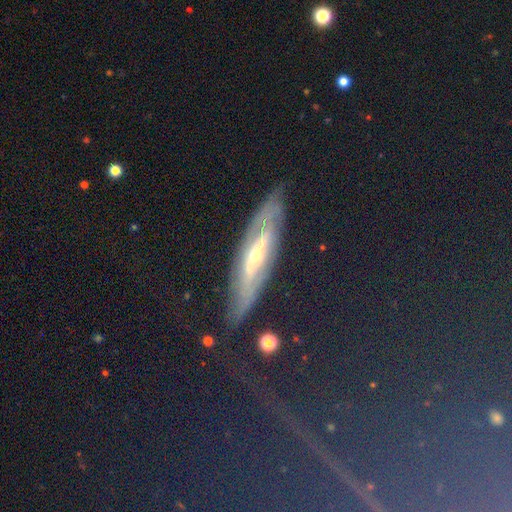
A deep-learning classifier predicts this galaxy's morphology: Overall: featured or disk (47%; star or artifact 32%). Merging: none (79%).